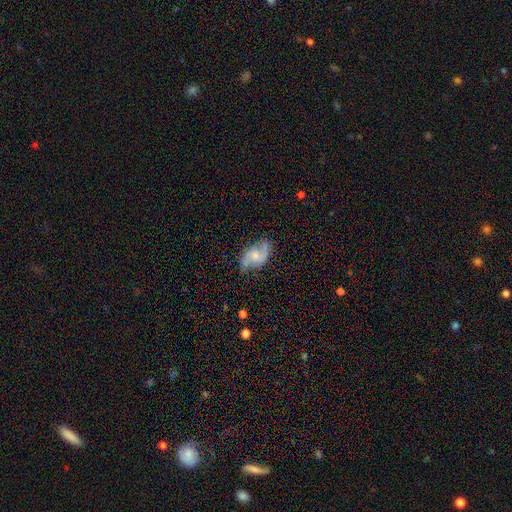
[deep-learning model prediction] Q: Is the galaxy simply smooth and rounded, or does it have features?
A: featured or disk — 77%.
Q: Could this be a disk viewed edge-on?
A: no — 97%.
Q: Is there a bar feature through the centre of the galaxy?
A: no — 60%.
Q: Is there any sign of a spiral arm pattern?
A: yes — 94%.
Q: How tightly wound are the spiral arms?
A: medium — 48%.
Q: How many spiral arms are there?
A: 2 — 88%.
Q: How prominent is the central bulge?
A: small — 52%.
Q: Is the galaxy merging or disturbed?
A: none — 69%.